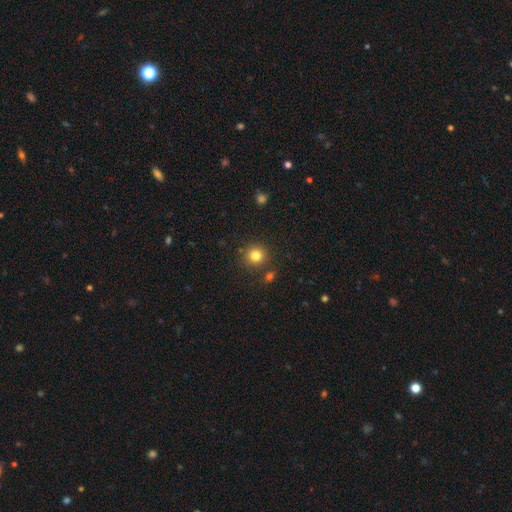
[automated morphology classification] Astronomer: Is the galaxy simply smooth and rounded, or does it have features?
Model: smooth — 82%.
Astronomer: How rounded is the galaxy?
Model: round — 92%.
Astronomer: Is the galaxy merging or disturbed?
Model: none — 83%.